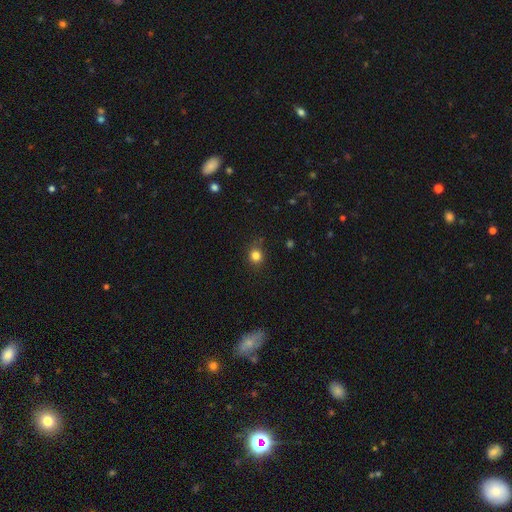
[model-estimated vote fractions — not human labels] A smooth galaxy with no disk features (82%) that is round (83%).

Vote fractions:
- Smooth or featured? smooth: 82% / star or artifact: 13% / featured or disk: 5%
- How rounded? round: 83% / in between: 16% / cigar-shaped: 1%
- Merging? none: 83% / minor disturbance: 12% / major disturbance: 3% / merger: 2%